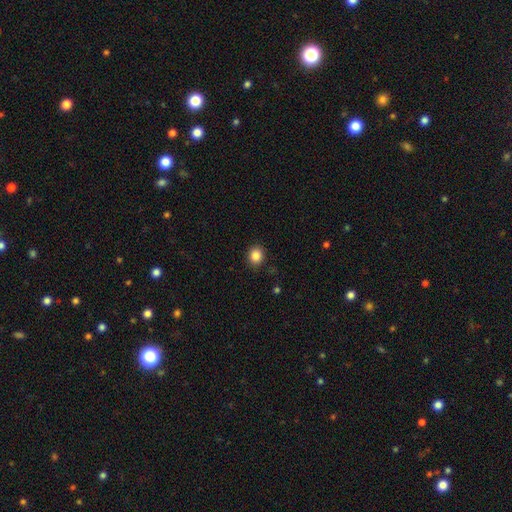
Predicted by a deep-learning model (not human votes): Smooth or featured? Predicted: smooth (p=0.86). How rounded? Predicted: round (p=0.73). Merging? Predicted: none (p=0.89).